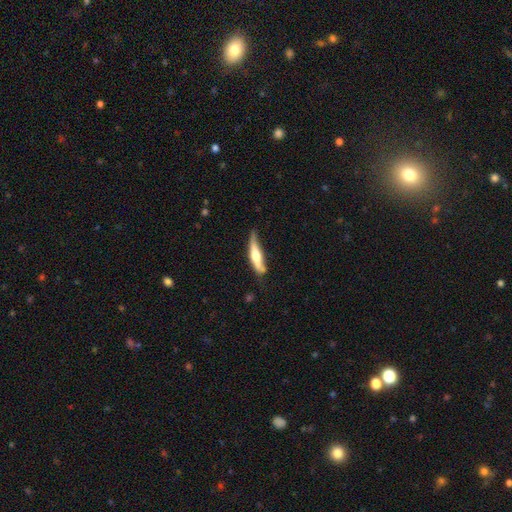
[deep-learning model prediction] Smooth or featured: featured or disk — 50% (smooth — 45%)
Merging: none — 53% (minor disturbance — 32%)